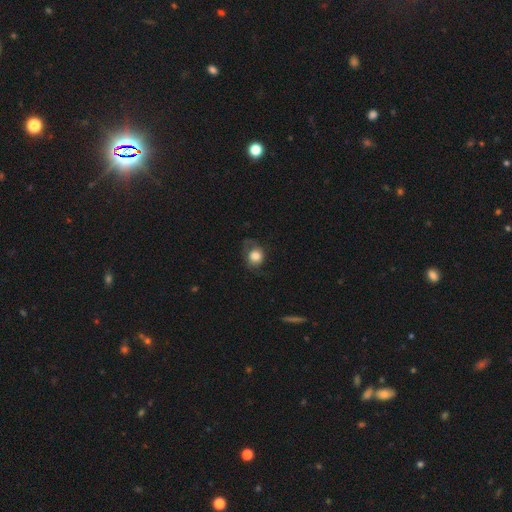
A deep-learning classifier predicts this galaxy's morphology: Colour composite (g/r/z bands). It shows a smooth galaxy with no disk features (74%) that is round (69%). Merging: none (52%).